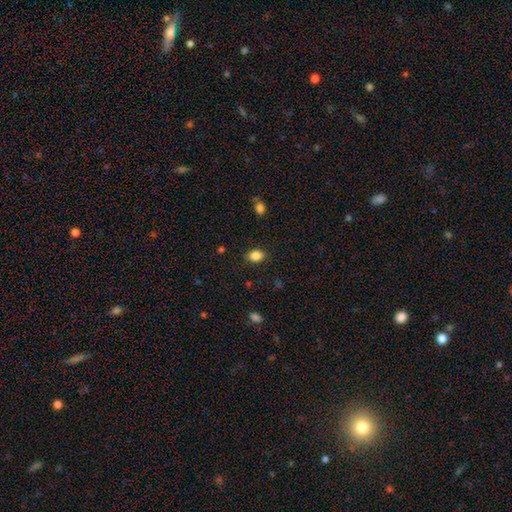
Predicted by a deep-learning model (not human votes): Smooth or featured: smooth — 86% (star or artifact — 9%)
How rounded: in between — 76% (round — 22%)
Merging: none — 86% (minor disturbance — 10%)